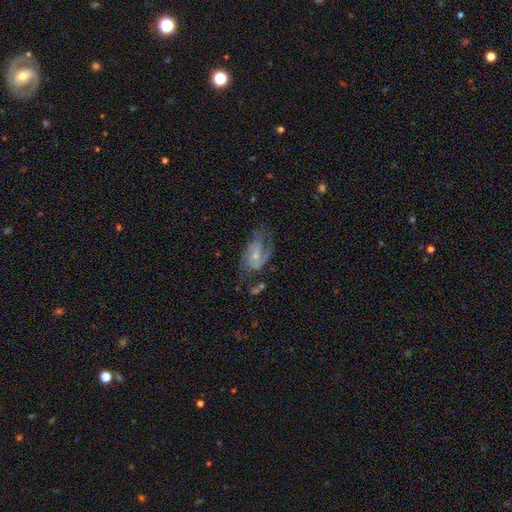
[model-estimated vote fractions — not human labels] Smooth or featured: featured or disk — 81% (smooth — 13%)
Edge-on disk: no — 97% (yes — 3%)
Bar: no — 53% (weak — 39%)
Spiral arms: yes — 93% (no — 7%)
Spiral winding: medium — 49% (tight — 31%)
Spiral arm count: 2 — 72% (can't tell — 11%)
Bulge size: small — 59% (moderate — 34%)
Merging: none — 56% (minor disturbance — 24%)